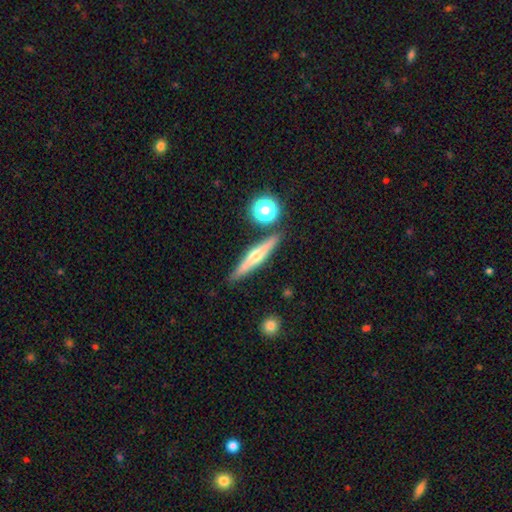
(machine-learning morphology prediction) Overall: featured or disk (62%; smooth 30%). Edge-on disk: yes (96%). Edge-on bulge: rounded (88%). Merging: none (86%).